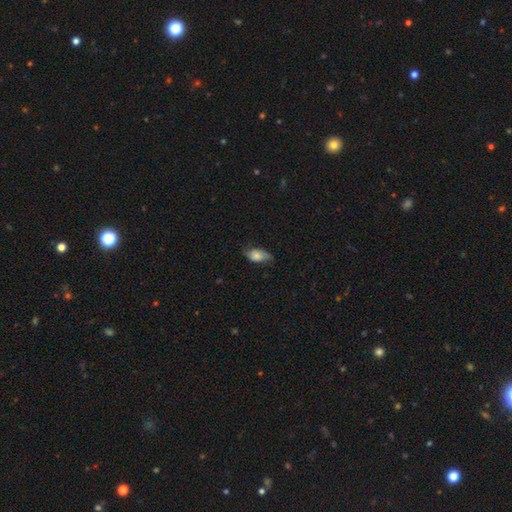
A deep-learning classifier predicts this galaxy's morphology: A smooth galaxy with no disk features (67%) that is in between round and cigar-shaped (89%). Merging: none (61%).